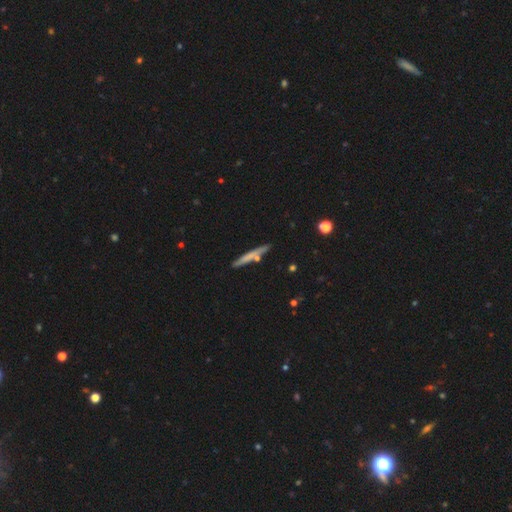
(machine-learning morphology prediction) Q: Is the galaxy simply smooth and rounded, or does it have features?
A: smooth — 55%.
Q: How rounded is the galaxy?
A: cigar-shaped — 95%.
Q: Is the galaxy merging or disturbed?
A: none — 82%.